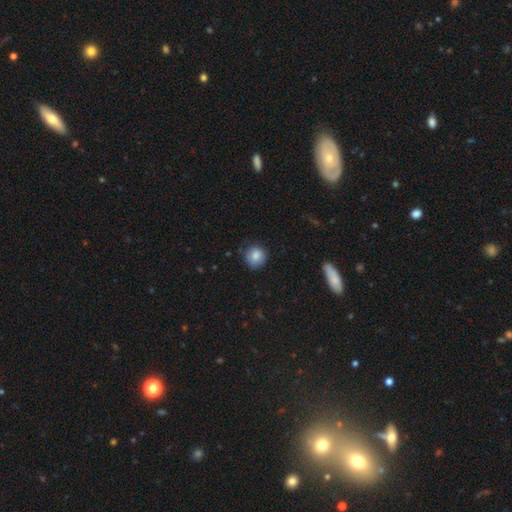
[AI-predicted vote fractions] Q: Smooth or featured?
A: smooth (83%); runner-up: star or artifact (9%)
Q: How rounded?
A: round (88%); runner-up: in between (11%)
Q: Merging?
A: none (79%); runner-up: minor disturbance (16%)